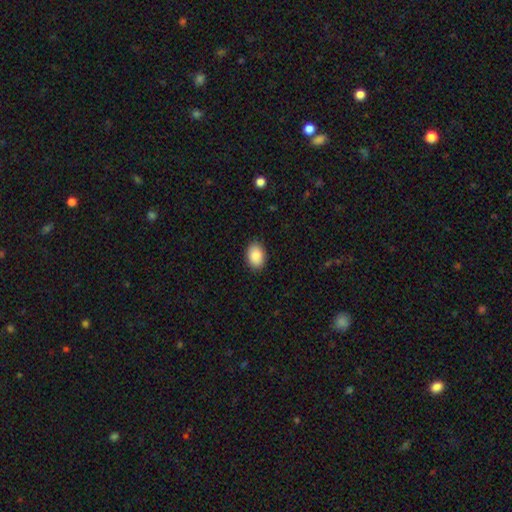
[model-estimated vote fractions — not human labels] This is clearly a smooth galaxy (89%). How rounded: clearly in between (83%). Merging: clearly none (89%).